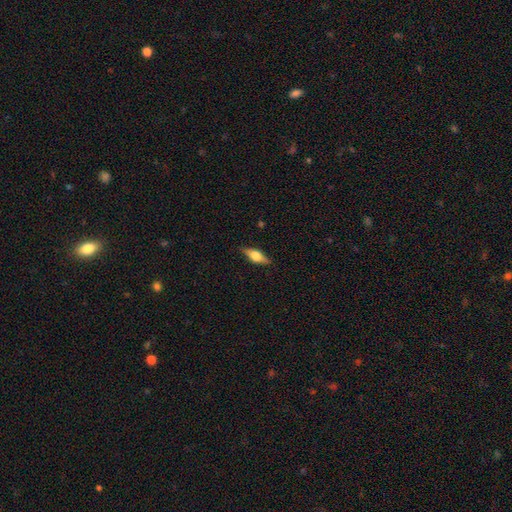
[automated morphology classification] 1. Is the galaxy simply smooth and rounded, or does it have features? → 48% featured or disk, 45% smooth, 7% star or artifact.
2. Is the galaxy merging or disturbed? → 85% none, 11% minor disturbance, 2% major disturbance, 1% merger.